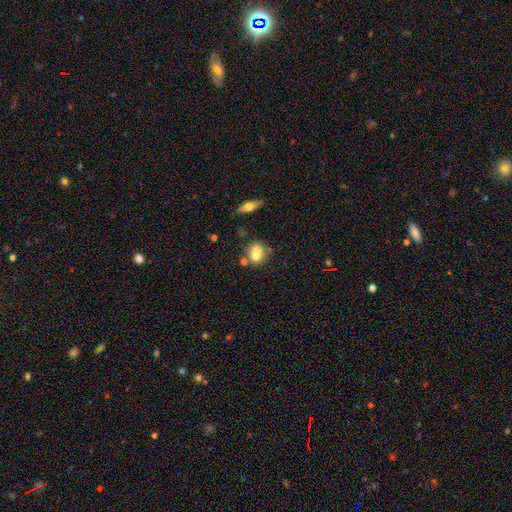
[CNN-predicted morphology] smooth-or-featured: smooth: 63% | featured or disk: 26% | star or artifact: 11%
  how-rounded: round: 69% | in between: 30% | cigar-shaped: 2%
  merging: merger: 48% | none: 38% | minor disturbance: 10% | major disturbance: 4%